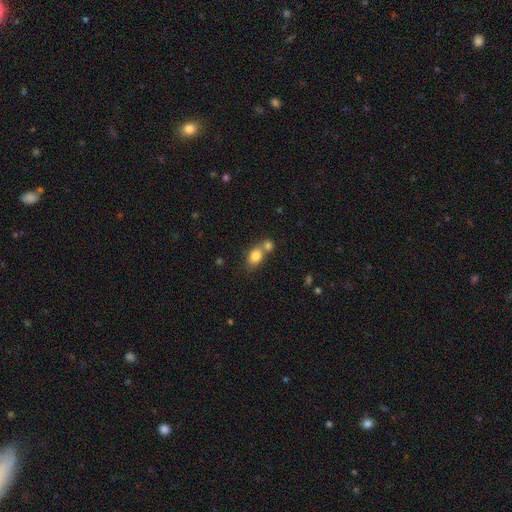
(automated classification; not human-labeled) smooth 81%, featured or disk 10%, star or artifact 9%. Down the decision tree: how rounded — in between (65%); merging — merger (50%).